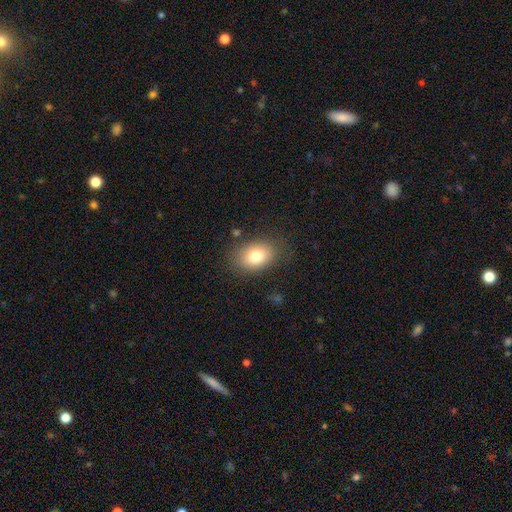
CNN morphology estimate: Smooth or featured?
  - smooth: 79% *
  - featured or disk: 12%
  - star or artifact: 9%
How rounded?
  - in between: 81% *
  - round: 18%
  - cigar-shaped: 1%
Merging?
  - none: 80% *
  - minor disturbance: 13%
  - major disturbance: 5%
  - merger: 2%